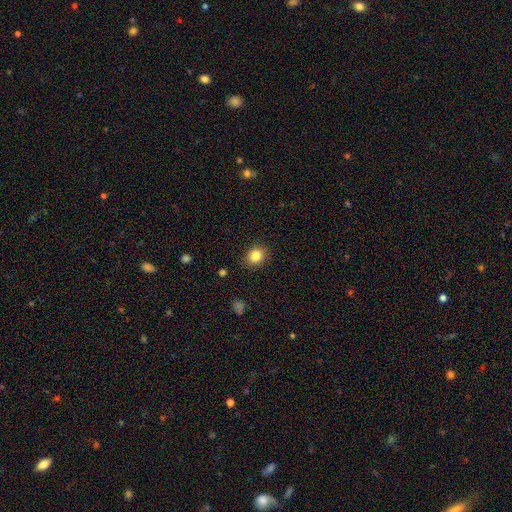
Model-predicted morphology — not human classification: Smooth or featured: smooth — 84% (star or artifact — 10%)
How rounded: round — 72% (in between — 27%)
Merging: none — 88% (minor disturbance — 9%)